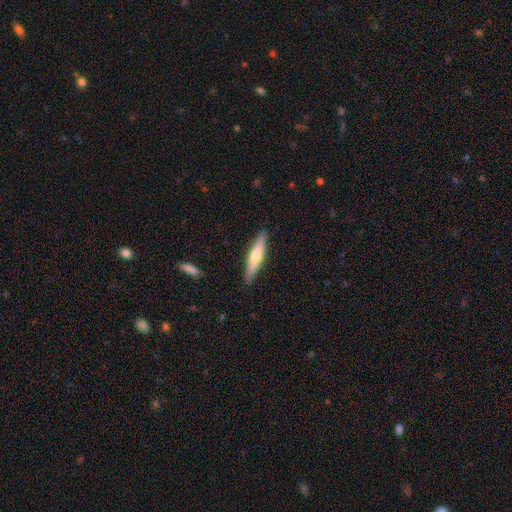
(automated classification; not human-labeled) smooth-or-featured: smooth: 51% | featured or disk: 44% | star or artifact: 6%
  how-rounded: cigar-shaped: 85% | in between: 14% | round: 1%
  merging: none: 89% | minor disturbance: 8% | major disturbance: 2% | merger: 1%